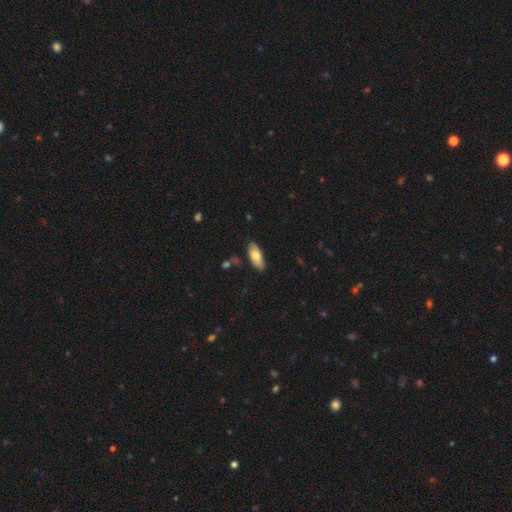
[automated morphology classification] Smooth or featured: smooth — 74% (featured or disk — 19%)
How rounded: in between — 81% (cigar-shaped — 17%)
Merging: none — 80% (minor disturbance — 14%)